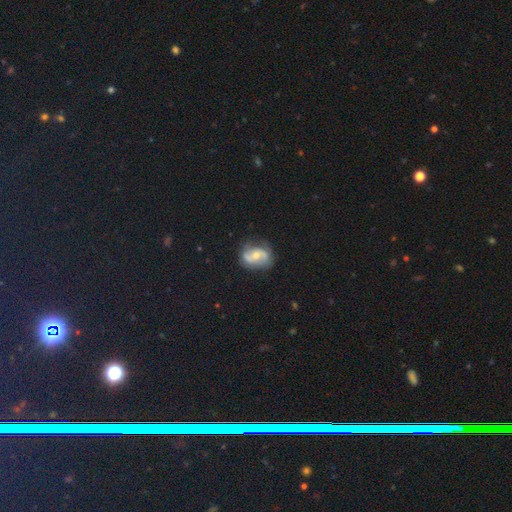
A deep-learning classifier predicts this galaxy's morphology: A featured or disk galaxy (74%) with no bar (51%), 2 (84%) medium (42%) spiral arms (90%) and a moderate central bulge (57%).

Vote fractions:
- Smooth or featured? featured or disk: 74% / smooth: 19% / star or artifact: 7%
- Edge-on disk? no: 97% / yes: 3%
- Bar? no: 51% / weak: 36% / strong: 14%
- Spiral arms? yes: 90% / no: 10%
- Spiral winding? medium: 42% / loose: 38% / tight: 20%
- Spiral arm count? 2: 84% / can't tell: 8% / 1: 3% / 3: 3% / 4: 1% / more than 4: 1%
- Bulge size? moderate: 57% / small: 38% / large: 2% / none: 1% / dominant: 1%
- Merging? none: 71% / minor disturbance: 20% / major disturbance: 7% / merger: 2%